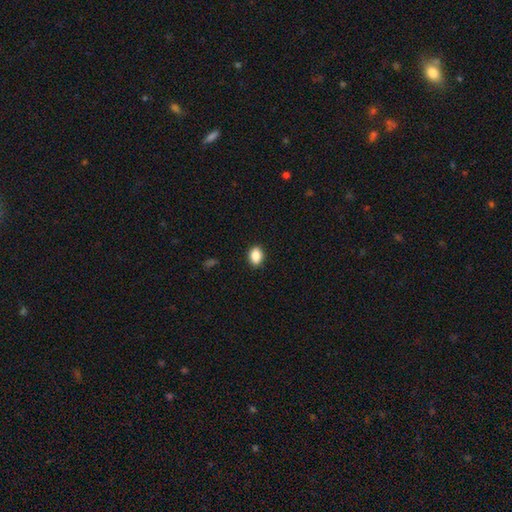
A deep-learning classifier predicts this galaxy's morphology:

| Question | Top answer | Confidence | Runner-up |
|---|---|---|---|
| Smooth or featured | smooth | 87% | star or artifact (8%) |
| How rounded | in between | 74% | round (25%) |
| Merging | none | 89% | minor disturbance (8%) |